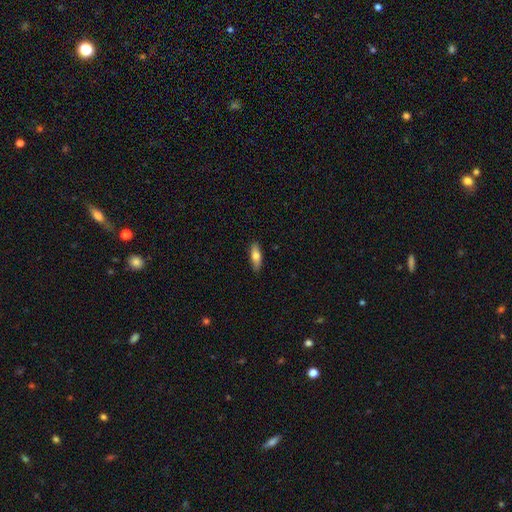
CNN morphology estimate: Overall: smooth (69%). How rounded: in between (59%; cigar-shaped 38%). Merging: none (88%).